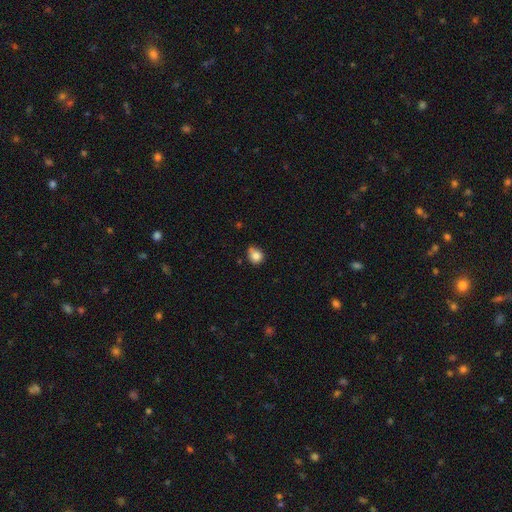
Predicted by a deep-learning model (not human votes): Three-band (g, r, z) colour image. It shows a smooth galaxy with no disk features (83%) that is round (78%). Merging: none (56%).